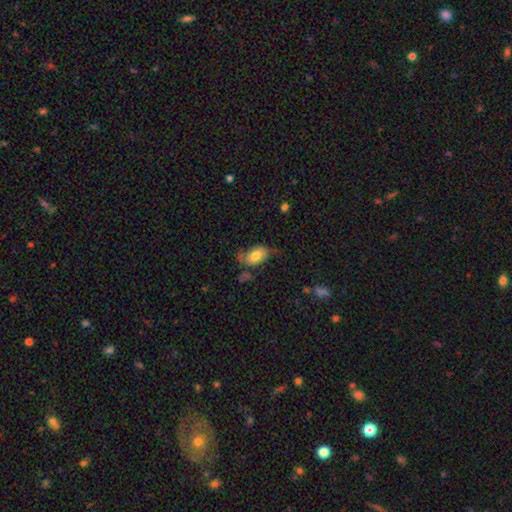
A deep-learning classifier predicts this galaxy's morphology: A smooth galaxy with no disk features (68%) that is in between round and cigar-shaped (90%). Merging: none (48%).